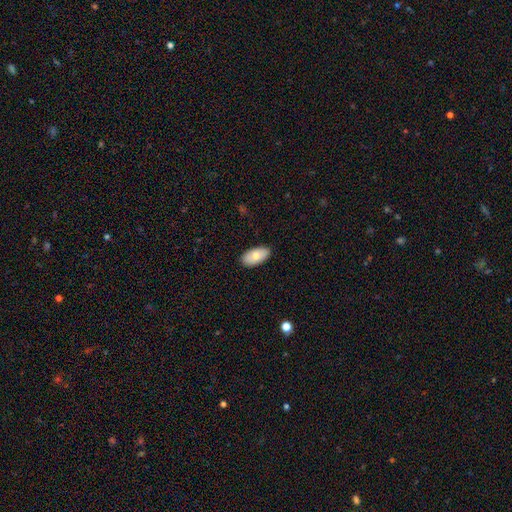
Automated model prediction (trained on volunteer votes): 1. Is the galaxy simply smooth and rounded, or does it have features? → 77% smooth, 17% featured or disk, 6% star or artifact.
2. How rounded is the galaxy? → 95% in between, 3% round, 3% cigar-shaped.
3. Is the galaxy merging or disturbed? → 88% none, 10% minor disturbance, 2% major disturbance, 1% merger.